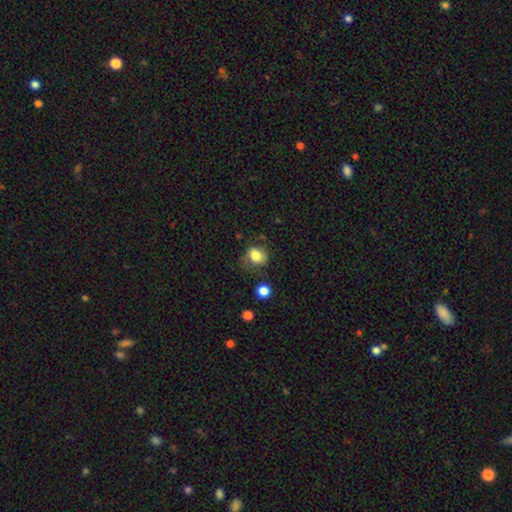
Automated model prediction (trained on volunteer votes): The model was most divided on "how rounded": round: 58%, in between: 41%, cigar-shaped: 1%. More confident: smooth or featured — smooth (80%); merging — none (56%).